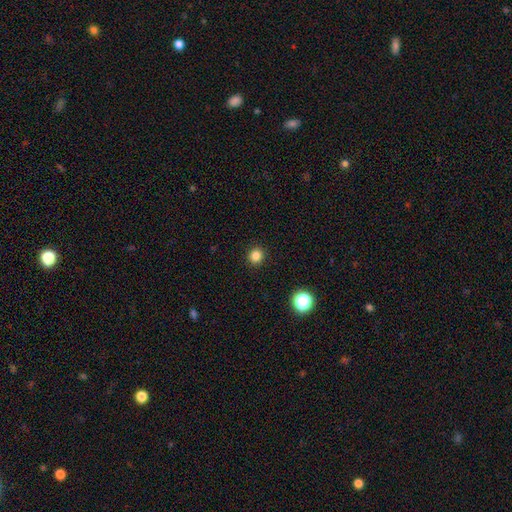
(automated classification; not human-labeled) Smooth or featured?
  - smooth: 82% *
  - star or artifact: 13%
  - featured or disk: 4%
How rounded?
  - round: 89% *
  - in between: 10%
  - cigar-shaped: 1%
Merging?
  - none: 92% *
  - minor disturbance: 5%
  - major disturbance: 2%
  - merger: 1%